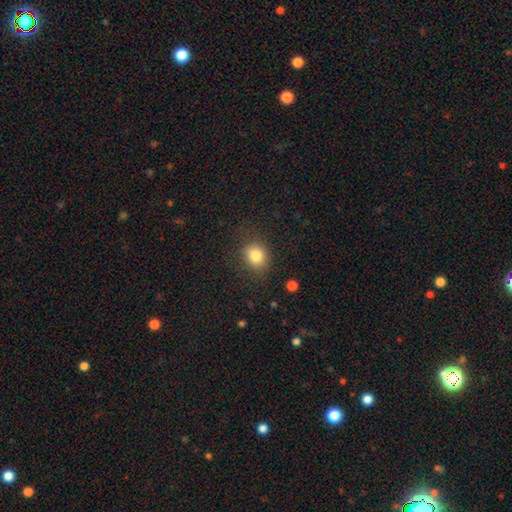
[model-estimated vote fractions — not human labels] A smooth galaxy with no disk features (81%) that is round (65%).

Vote fractions:
- Smooth or featured? smooth: 81% / star or artifact: 11% / featured or disk: 7%
- How rounded? round: 65% / in between: 34% / cigar-shaped: 1%
- Merging? none: 77% / minor disturbance: 15% / major disturbance: 6% / merger: 2%